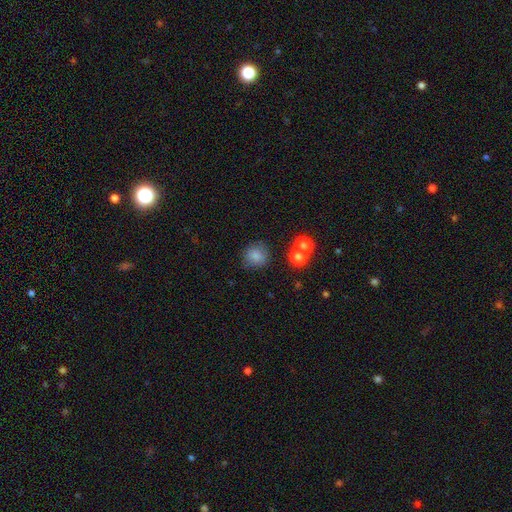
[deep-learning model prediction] Smooth or featured: smooth — 82% (star or artifact — 11%)
How rounded: round — 87% (in between — 12%)
Merging: none — 79% (minor disturbance — 12%)